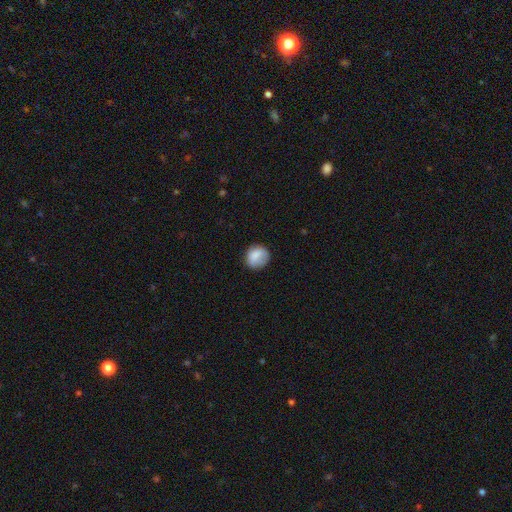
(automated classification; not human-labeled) Smooth or featured: smooth — 82% (featured or disk — 10%)
How rounded: round — 76% (in between — 23%)
Merging: none — 73% (minor disturbance — 19%)